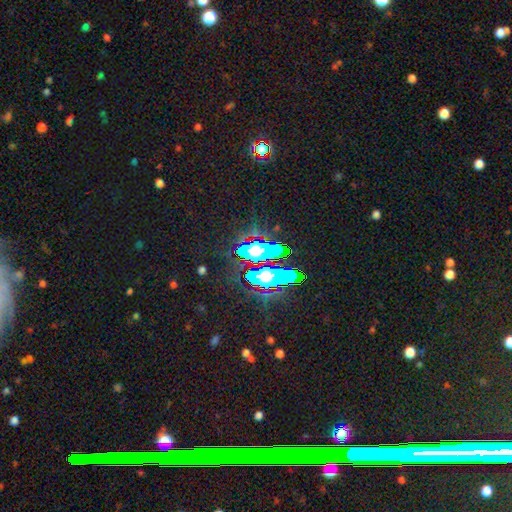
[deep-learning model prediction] Q: Smooth or featured?
A: star or artifact (66%); runner-up: smooth (19%)